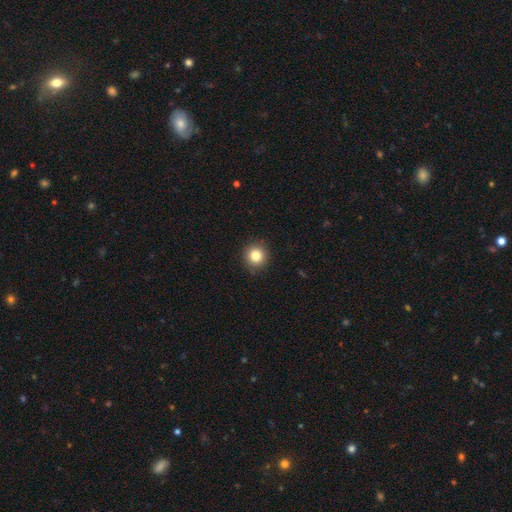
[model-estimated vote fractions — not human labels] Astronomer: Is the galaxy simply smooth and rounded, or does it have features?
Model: smooth — 84%.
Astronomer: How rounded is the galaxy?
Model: round — 93%.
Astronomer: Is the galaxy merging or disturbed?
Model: none — 90%.